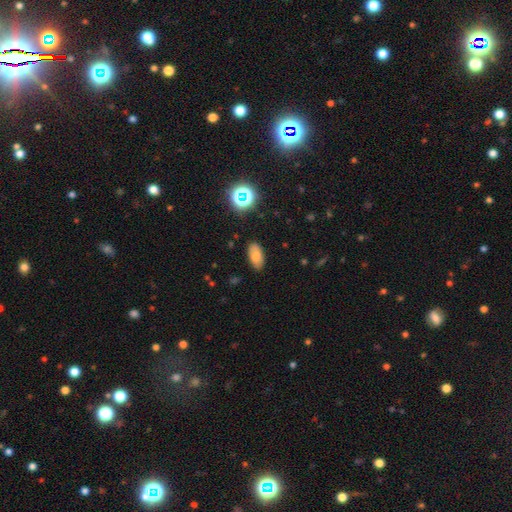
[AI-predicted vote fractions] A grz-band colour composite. It shows a smooth galaxy with no disk features (74%) that is in between round and cigar-shaped (93%). Merging: none (85%).